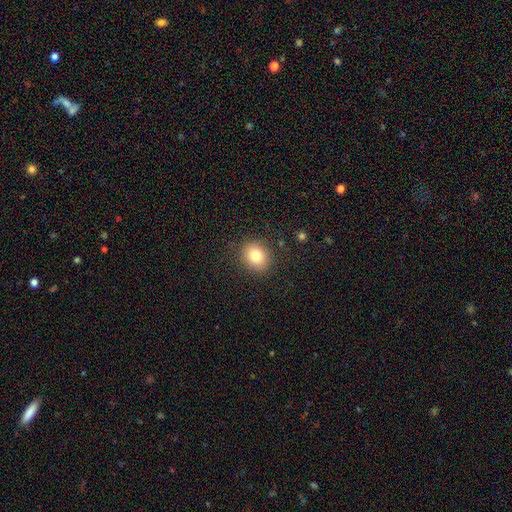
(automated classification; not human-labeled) This is likely a smooth galaxy (79%). How rounded: likely round (70%). Merging: clearly none (87%).